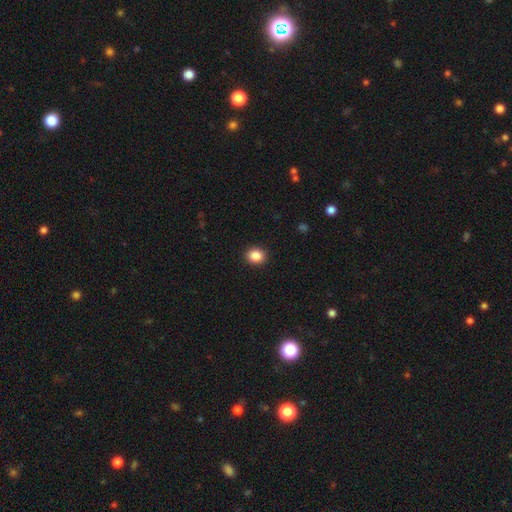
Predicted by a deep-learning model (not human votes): Q: Smooth or featured?
A: smooth (87%); runner-up: star or artifact (9%)
Q: How rounded?
A: round (63%); runner-up: in between (36%)
Q: Merging?
A: none (91%); runner-up: minor disturbance (6%)